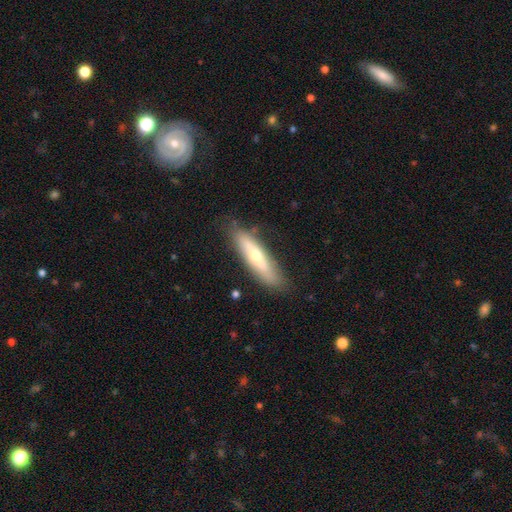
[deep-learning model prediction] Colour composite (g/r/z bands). It shows a smooth galaxy with no disk features (48%). Merging: none (82%).